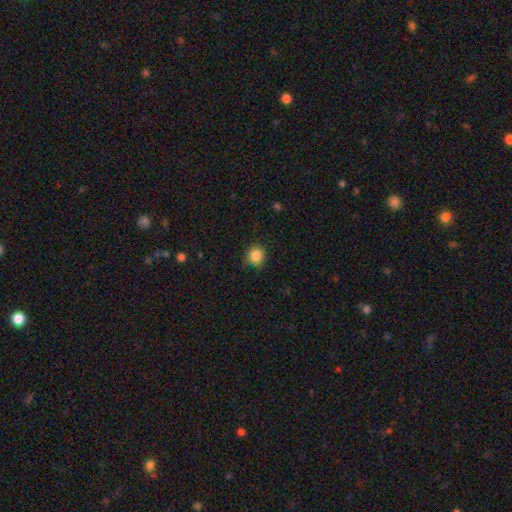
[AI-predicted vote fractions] This is clearly a smooth galaxy (85%). How rounded: clearly round (89%). Merging: clearly none (82%).